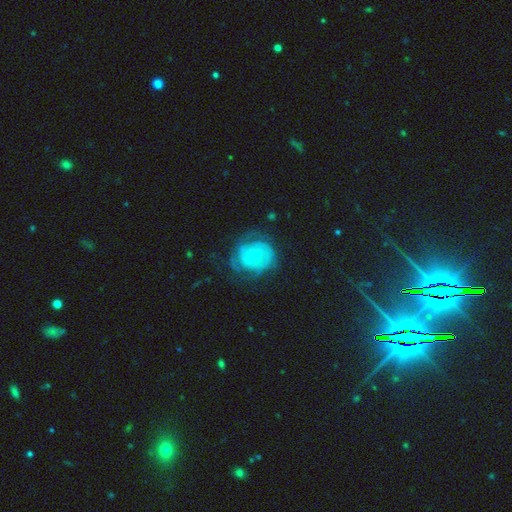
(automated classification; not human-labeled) smooth_or_featured: featured or disk (p=0.66) [alt: smooth p=0.27]
disk_edge_on: no (p=0.97) [alt: yes p=0.03]
bar: no (p=0.82) [alt: weak p=0.15]
has_spiral_arms: yes (p=0.70) [alt: no p=0.30]
bulge_size: small (p=0.66) [alt: moderate p=0.30]
merging: none (p=0.55) [alt: minor disturbance p=0.24]